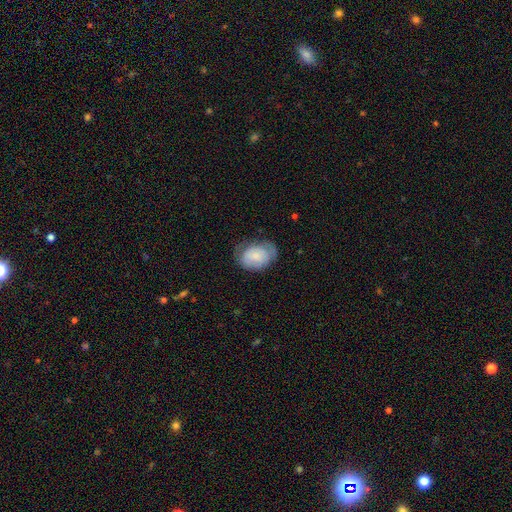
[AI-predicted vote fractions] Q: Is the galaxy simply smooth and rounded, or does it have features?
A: smooth — 72%.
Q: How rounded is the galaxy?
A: in between — 76%.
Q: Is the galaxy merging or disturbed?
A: none — 57%.